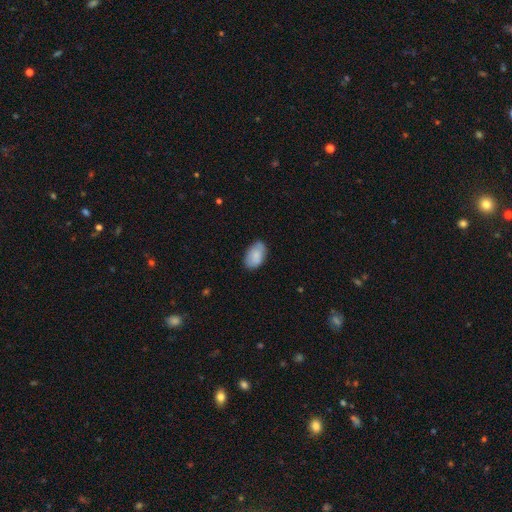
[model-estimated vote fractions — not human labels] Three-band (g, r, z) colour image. It shows a smooth galaxy with no disk features (83%) that is in between round and cigar-shaped (93%). Merging: none (76%).